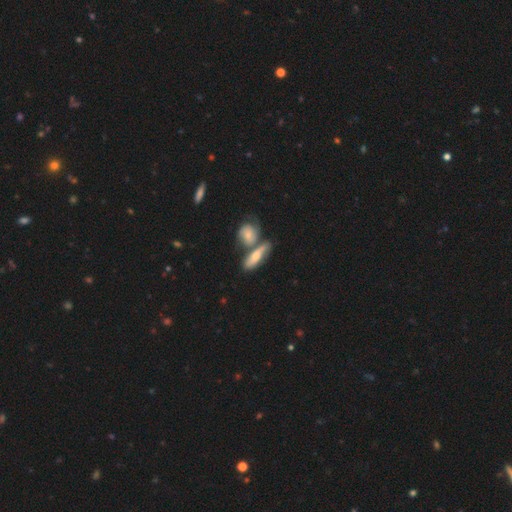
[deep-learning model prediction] Smooth or featured? Predicted: smooth (p=0.53). How rounded? Predicted: in between (p=0.55). Merging? Predicted: merger (p=0.45).